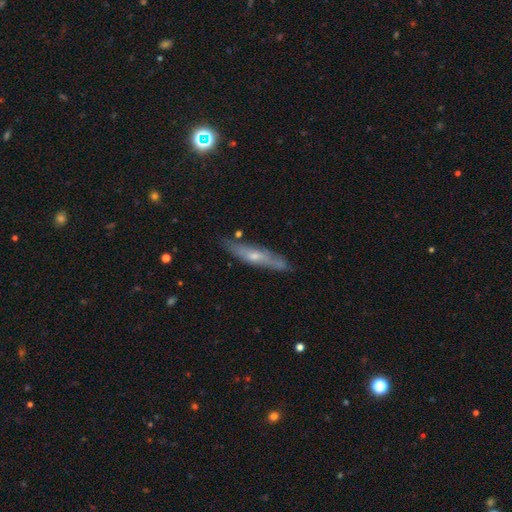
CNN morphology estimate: This appears to be a featured or disk galaxy (59%) viewed edge-on (77%). Merging: none (80%).